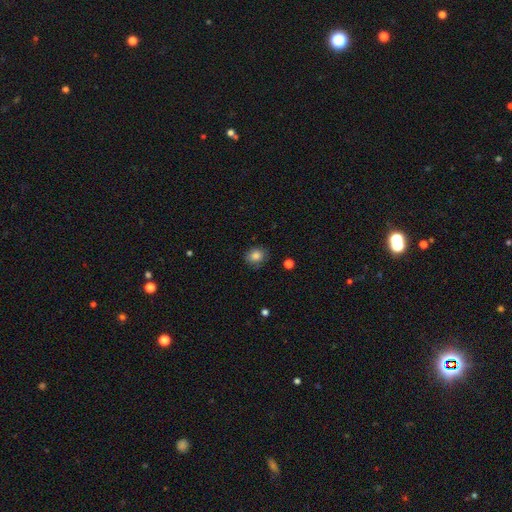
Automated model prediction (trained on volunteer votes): Smooth or featured? Predicted: smooth (p=0.84). How rounded? Predicted: round (p=0.63). Merging? Predicted: none (p=0.80).